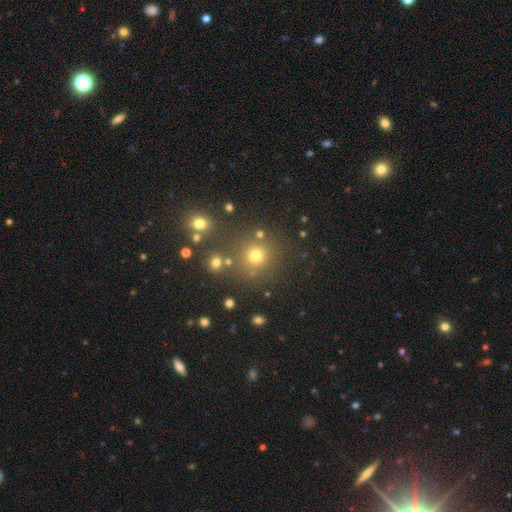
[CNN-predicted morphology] The model was most divided on "smooth or featured": smooth: 71%, star or artifact: 22%, featured or disk: 7%. More confident: how rounded — round (92%); merging — none (80%).